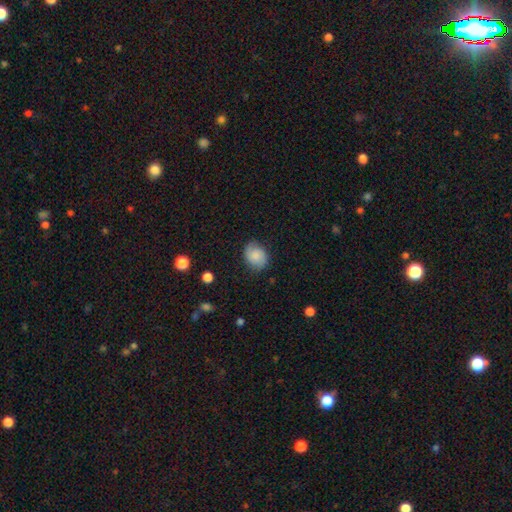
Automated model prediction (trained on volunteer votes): A smooth galaxy with no disk features (65%) that is in between round and cigar-shaped (50%).

Vote fractions:
- Smooth or featured? smooth: 65% / featured or disk: 27% / star or artifact: 9%
- How rounded? in between: 50% / round: 49% / cigar-shaped: 1%
- Merging? none: 77% / minor disturbance: 17% / major disturbance: 4% / merger: 1%